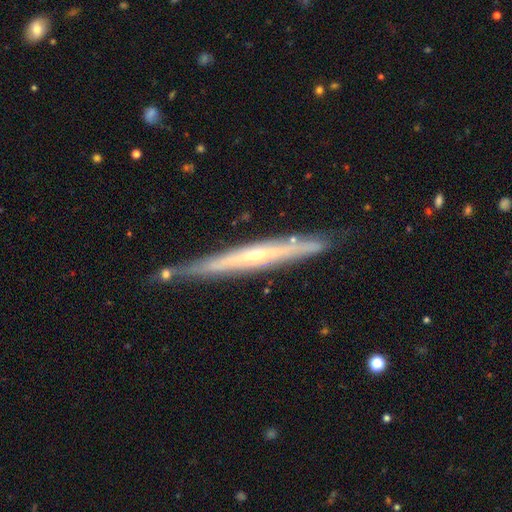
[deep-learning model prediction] Morphology: type=featured or disk (76%); edge-on=yes (92%); edge-on bulge=rounded (59%); merging=none (79%).